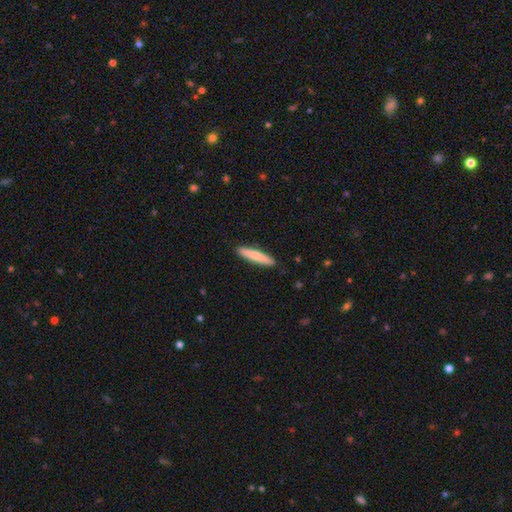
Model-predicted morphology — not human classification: A smooth galaxy with no disk features (78%) that is cigar-shaped (91%). Merging: none (90%).